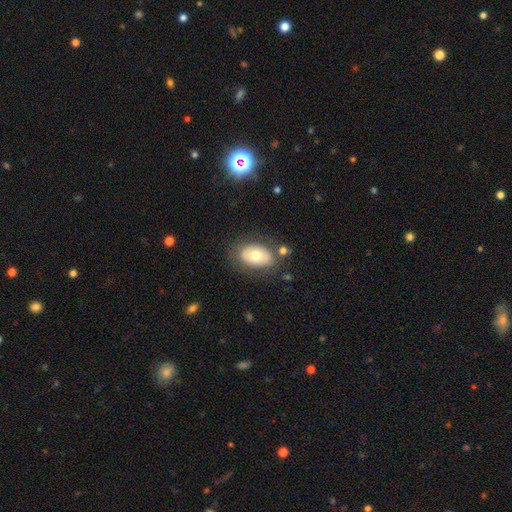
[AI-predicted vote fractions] Q: Smooth or featured?
A: smooth (65%); runner-up: featured or disk (28%)
Q: How rounded?
A: in between (88%); runner-up: round (10%)
Q: Merging?
A: none (76%); runner-up: minor disturbance (15%)